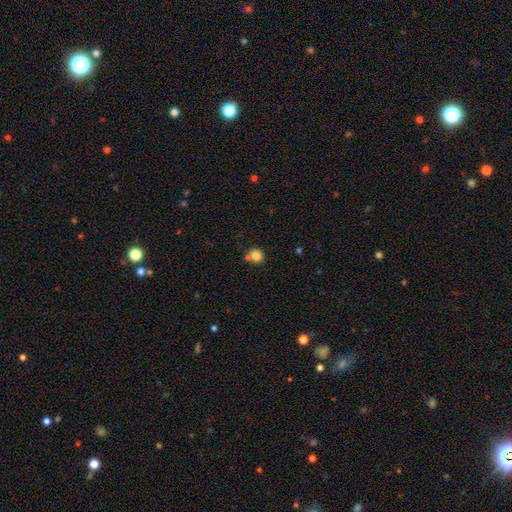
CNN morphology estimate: Smooth or featured?
  - smooth: 83% *
  - star or artifact: 11%
  - featured or disk: 6%
How rounded?
  - round: 81% *
  - in between: 18%
  - cigar-shaped: 1%
Merging?
  - none: 63% *
  - merger: 21%
  - minor disturbance: 12%
  - major disturbance: 4%